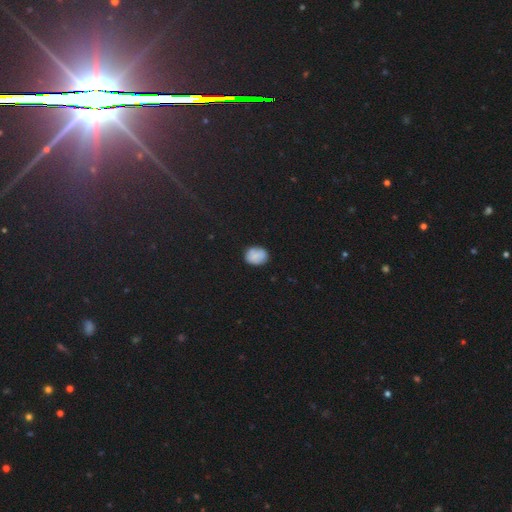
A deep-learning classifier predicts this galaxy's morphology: A smooth galaxy with no disk features (78%) that is in between round and cigar-shaped (57%). Merging: none (80%).